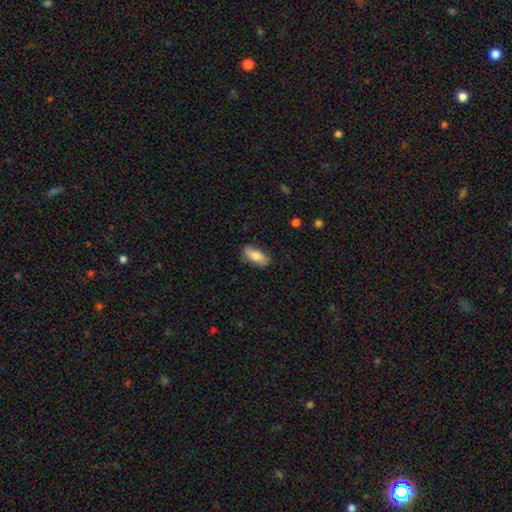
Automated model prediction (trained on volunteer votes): Morphology: type=smooth (79%); roundness=in between (85%); merging=none (81%).